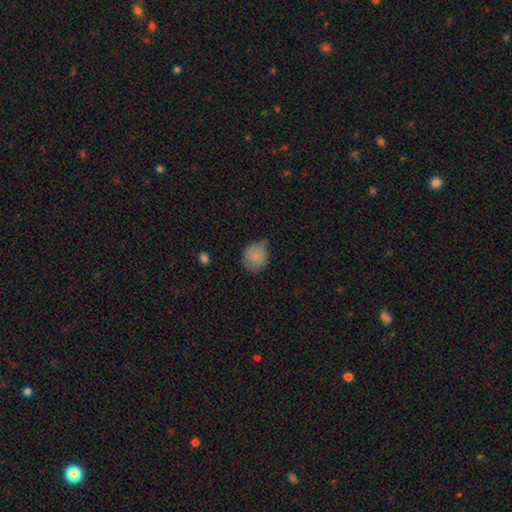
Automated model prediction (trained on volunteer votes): The model was most divided on "merging": none: 61%, minor disturbance: 31%, major disturbance: 6%, merger: 2%. More confident: smooth or featured — smooth (84%); how rounded — round (80%).